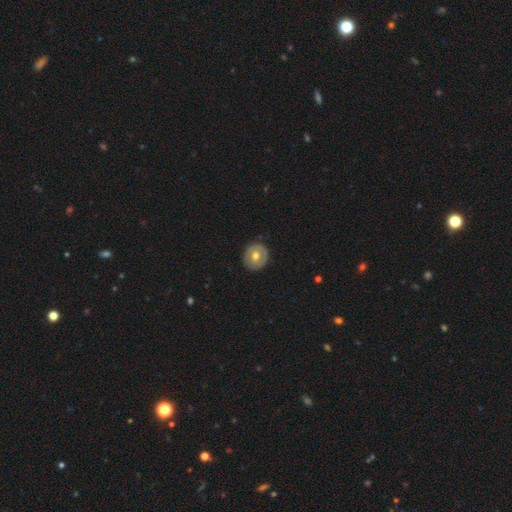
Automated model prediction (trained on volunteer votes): smooth-or-featured: smooth: 55% | featured or disk: 38% | star or artifact: 6%
  how-rounded: round: 88% | in between: 11% | cigar-shaped: 1%
  merging: none: 88% | minor disturbance: 9% | major disturbance: 2% | merger: 1%